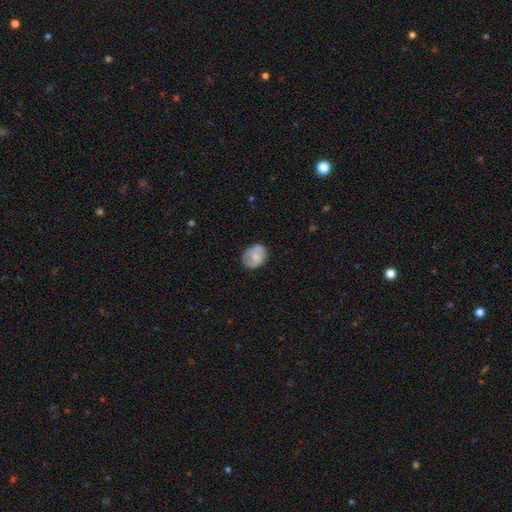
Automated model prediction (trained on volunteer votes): Smooth or featured?
  - smooth: 59% *
  - featured or disk: 34%
  - star or artifact: 7%
How rounded?
  - in between: 57% *
  - round: 42%
  - cigar-shaped: 1%
Merging?
  - none: 71% *
  - minor disturbance: 21%
  - major disturbance: 6%
  - merger: 2%